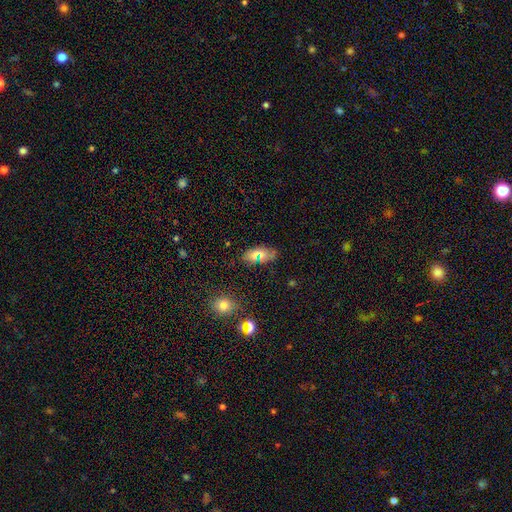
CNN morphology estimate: A smooth galaxy with no disk features (62%) that is in between round and cigar-shaped (84%).

Vote fractions:
- Smooth or featured? smooth: 62% / star or artifact: 19% / featured or disk: 19%
- How rounded? in between: 84% / cigar-shaped: 9% / round: 6%
- Merging? none: 73% / minor disturbance: 15% / merger: 6% / major disturbance: 5%